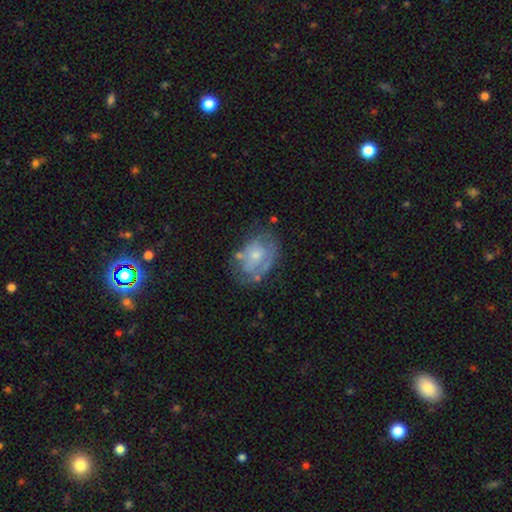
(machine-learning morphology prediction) Smooth or featured? featured or disk (55%)
Edge-on disk? no (97%)
Bar? no (82%)
Spiral arms? no (58%)
Bulge size? small (50%)
Merging? none (49%)